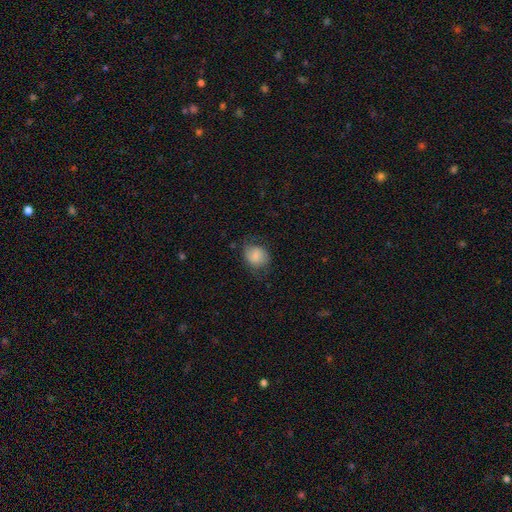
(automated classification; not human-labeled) Q: Smooth or featured?
A: smooth (76%); runner-up: featured or disk (16%)
Q: How rounded?
A: round (56%); runner-up: in between (43%)
Q: Merging?
A: none (63%); runner-up: minor disturbance (25%)